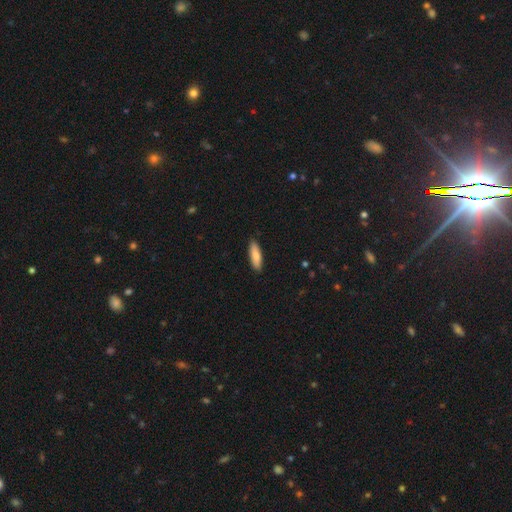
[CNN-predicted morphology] Smooth or featured: smooth — 83% (featured or disk — 11%)
How rounded: cigar-shaped — 57% (in between — 42%)
Merging: none — 89% (minor disturbance — 9%)